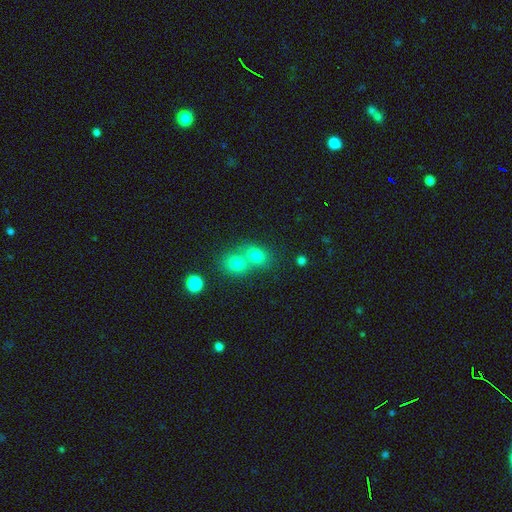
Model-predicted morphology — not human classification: smooth_or_featured: smooth (p=0.77) [alt: star or artifact p=0.14]
how_rounded: round (p=0.62) [alt: in between p=0.37]
merging: merger (p=0.52) [alt: none p=0.38]